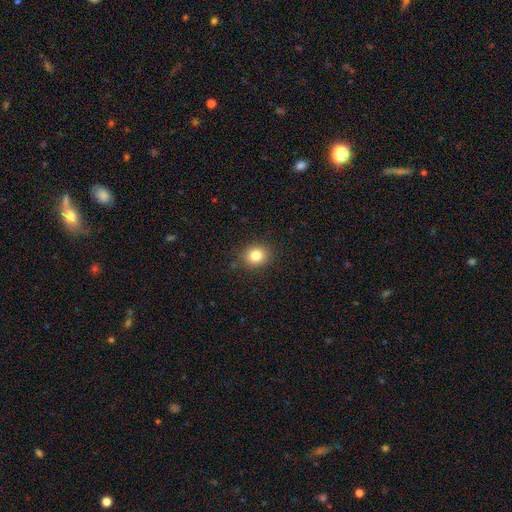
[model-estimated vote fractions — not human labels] The model was most divided on "how rounded": round: 75%, in between: 24%, cigar-shaped: 1%. More confident: merging — none (88%); smooth or featured — smooth (82%).